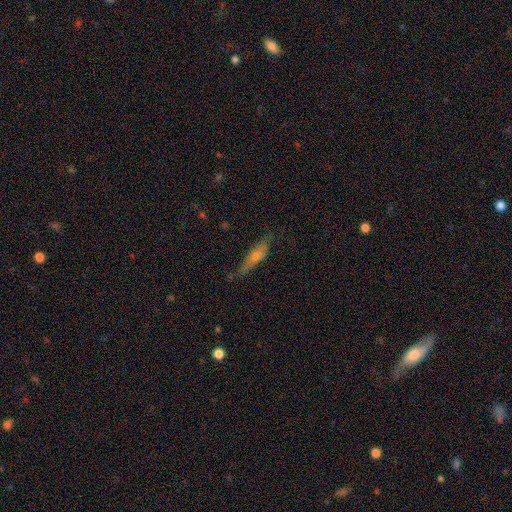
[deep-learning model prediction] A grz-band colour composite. It shows a featured or disk galaxy (46%). Merging: none (64%).